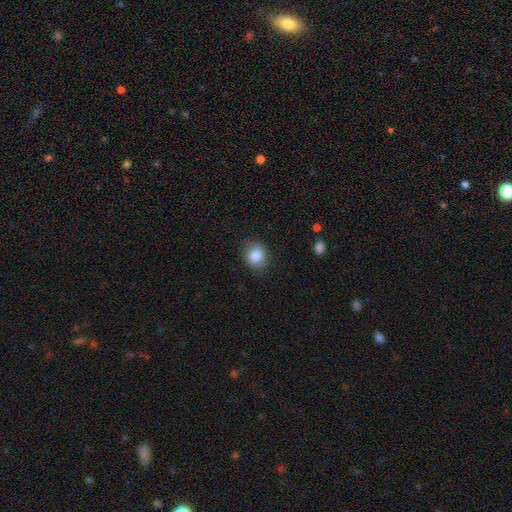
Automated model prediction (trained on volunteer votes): Overall: smooth (84%). How rounded: round (71%). Merging: none (82%).